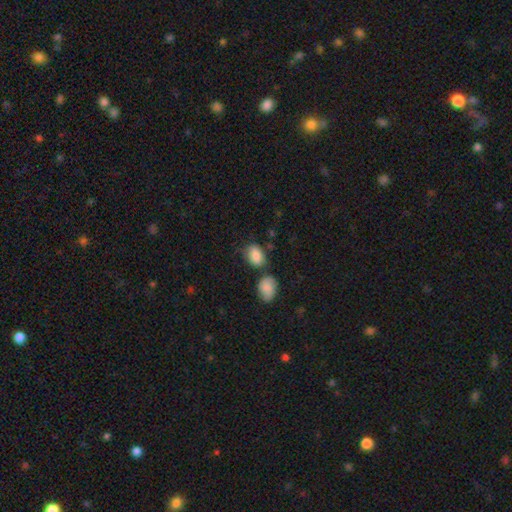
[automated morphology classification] A smooth galaxy with no disk features (85%) that is in between round and cigar-shaped (84%). Merging: none (59%).